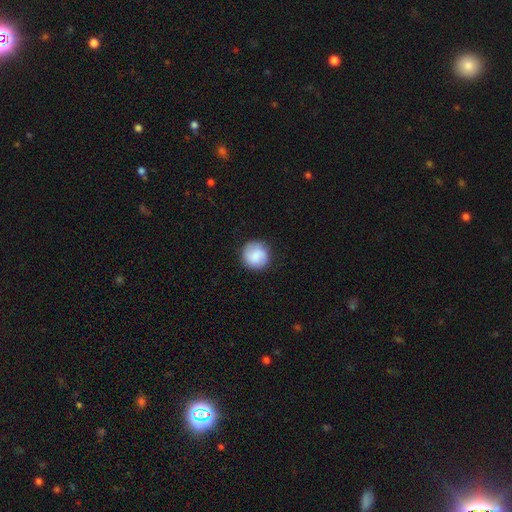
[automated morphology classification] smooth-or-featured: smooth: 68% | featured or disk: 25% | star or artifact: 7%
  how-rounded: round: 93% | in between: 6% | cigar-shaped: 1%
  merging: none: 86% | minor disturbance: 10% | major disturbance: 3% | merger: 1%